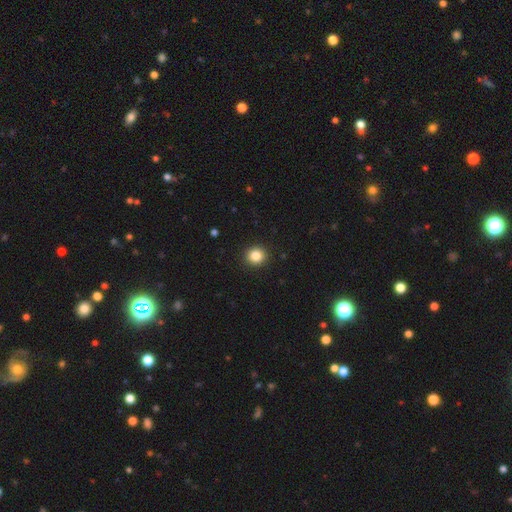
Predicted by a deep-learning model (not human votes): This appears to be a smooth galaxy with no disk features (85%) that is round (90%). Merging: none (92%).